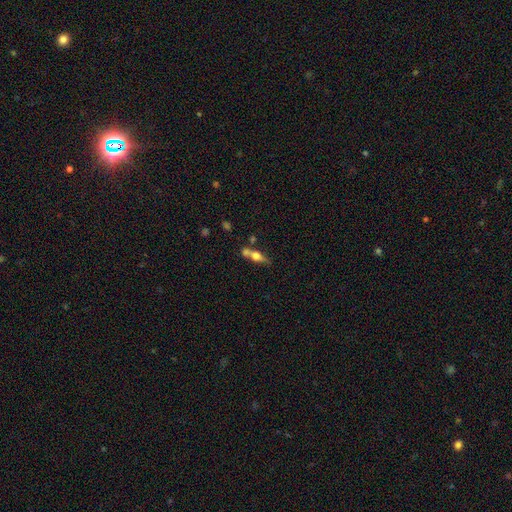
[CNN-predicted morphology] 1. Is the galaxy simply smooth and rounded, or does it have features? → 49% smooth, 42% featured or disk, 9% star or artifact.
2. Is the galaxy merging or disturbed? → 44% none, 37% merger, 13% minor disturbance, 6% major disturbance.